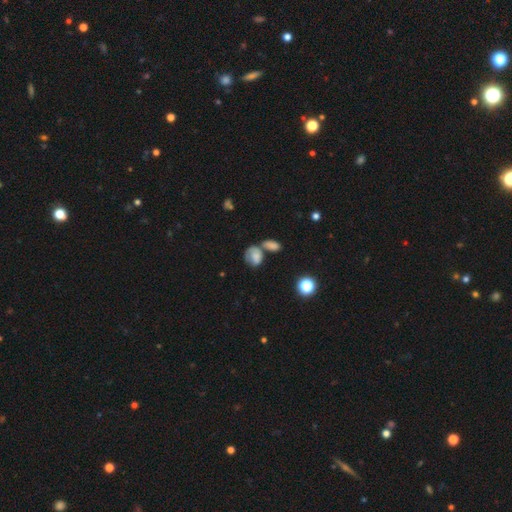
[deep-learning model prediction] smooth_or_featured: smooth (p=0.62) [alt: featured or disk p=0.27]
how_rounded: in between (p=0.57) [alt: round p=0.41]
merging: merger (p=0.40) [alt: none p=0.31]